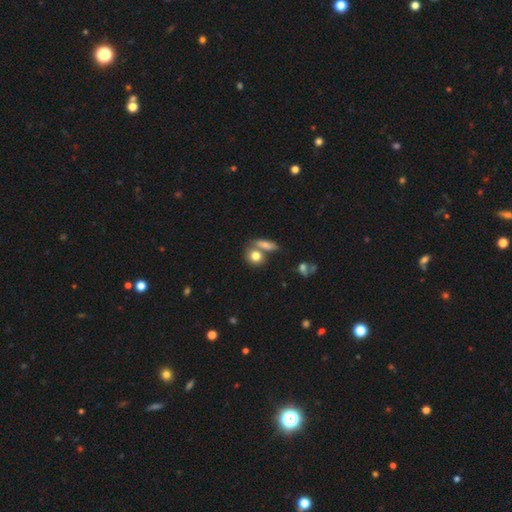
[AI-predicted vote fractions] smooth_or_featured: smooth (p=0.79) [alt: featured or disk p=0.11]
how_rounded: round (p=0.60) [alt: in between p=0.36]
merging: none (p=0.48) [alt: merger p=0.36]